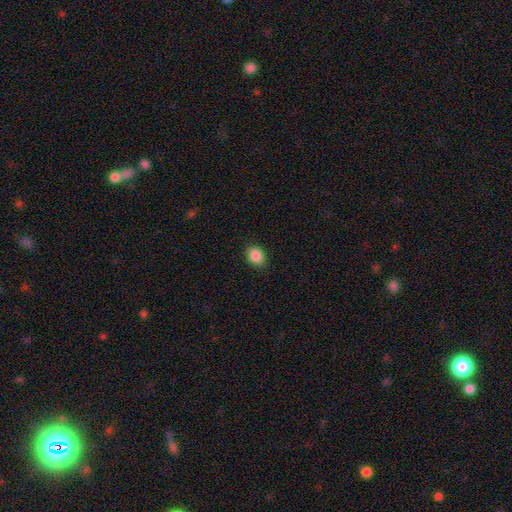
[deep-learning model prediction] Smooth or featured?
  - smooth: 87% *
  - star or artifact: 9%
  - featured or disk: 4%
How rounded?
  - in between: 52% *
  - round: 47%
  - cigar-shaped: 1%
Merging?
  - none: 88% *
  - minor disturbance: 8%
  - major disturbance: 2%
  - merger: 1%